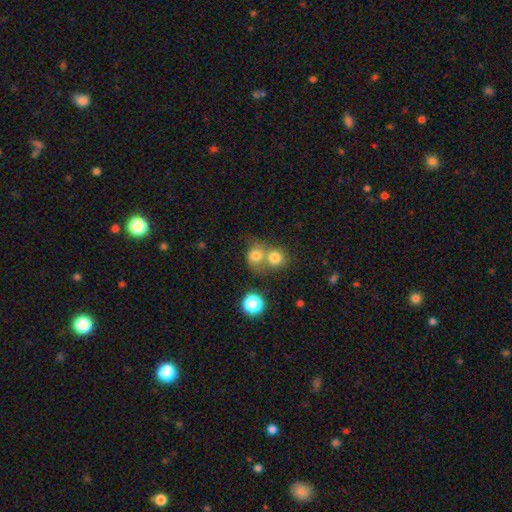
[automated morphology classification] This appears to be a smooth galaxy with no disk features (76%) that is round (76%). Merging: merger (53%).